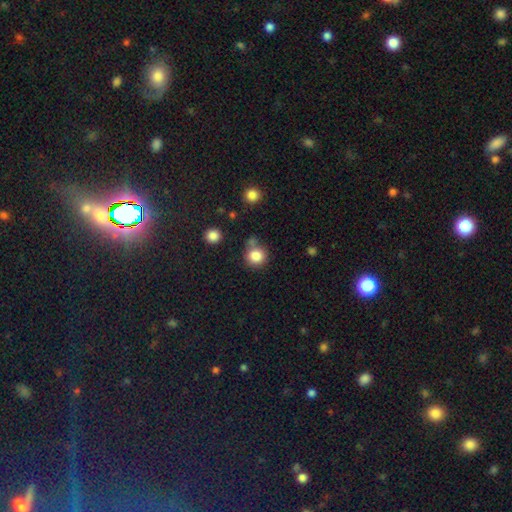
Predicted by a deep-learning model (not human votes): Smooth or featured?
  - smooth: 84% *
  - star or artifact: 11%
  - featured or disk: 6%
How rounded?
  - round: 89% *
  - in between: 10%
  - cigar-shaped: 1%
Merging?
  - none: 70% *
  - merger: 13%
  - minor disturbance: 12%
  - major disturbance: 4%